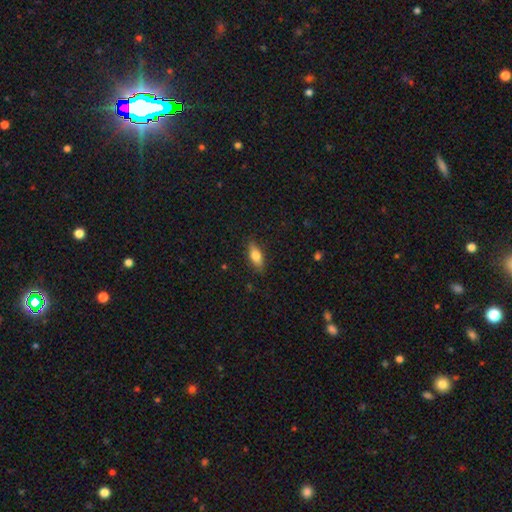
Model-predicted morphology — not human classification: Smooth or featured: smooth — 78% (featured or disk — 15%)
How rounded: in between — 78% (cigar-shaped — 19%)
Merging: none — 86% (minor disturbance — 11%)